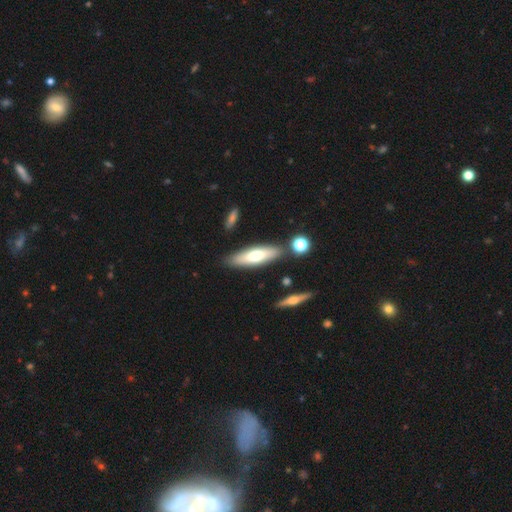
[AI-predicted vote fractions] smooth_or_featured: smooth (p=0.62) [alt: featured or disk p=0.32]
how_rounded: cigar-shaped (p=0.60) [alt: in between p=0.39]
merging: none (p=0.82) [alt: minor disturbance p=0.10]